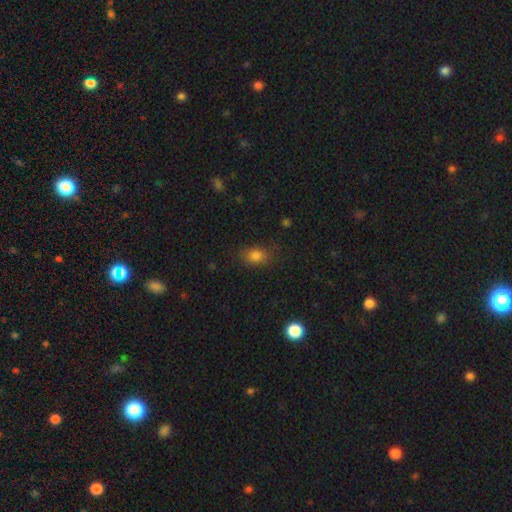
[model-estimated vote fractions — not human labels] A smooth galaxy with no disk features (82%) that is in between round and cigar-shaped (71%).

Vote fractions:
- Smooth or featured? smooth: 82% / star or artifact: 13% / featured or disk: 6%
- How rounded? in between: 71% / round: 27% / cigar-shaped: 2%
- Merging? none: 79% / minor disturbance: 15% / major disturbance: 5% / merger: 1%